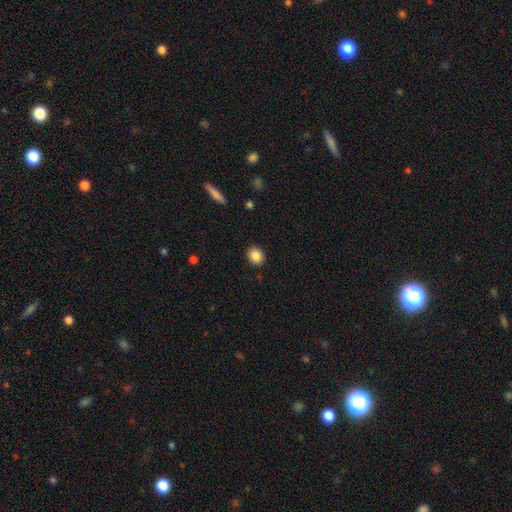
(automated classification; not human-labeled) Morphology: type=smooth (86%); roundness=round (63%); merging=none (90%).